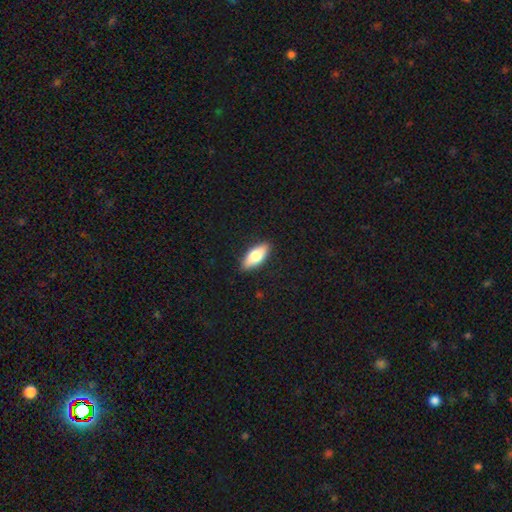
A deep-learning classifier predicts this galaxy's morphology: Overall: smooth (73%). How rounded: in between (78%). Merging: none (89%).